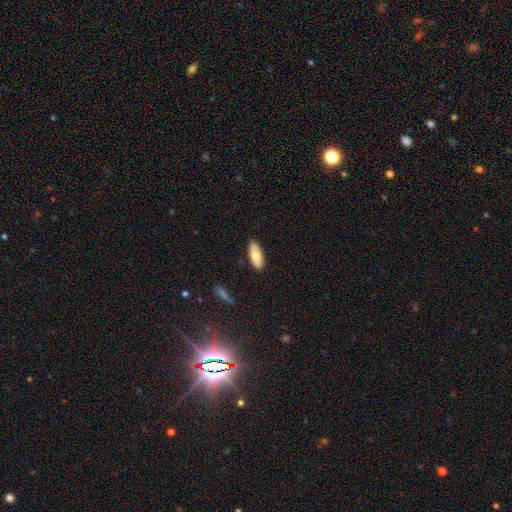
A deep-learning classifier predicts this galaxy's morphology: smooth 79%, featured or disk 15%, star or artifact 6%. Down the decision tree: how rounded — in between (82%); merging — none (87%).